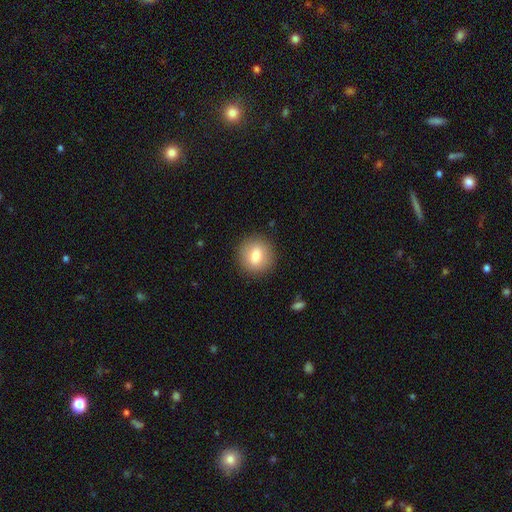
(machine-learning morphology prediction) Smooth or featured?
  - smooth: 76% *
  - featured or disk: 16%
  - star or artifact: 9%
How rounded?
  - round: 89% *
  - in between: 10%
  - cigar-shaped: 1%
Merging?
  - none: 89% *
  - minor disturbance: 7%
  - major disturbance: 3%
  - merger: 1%